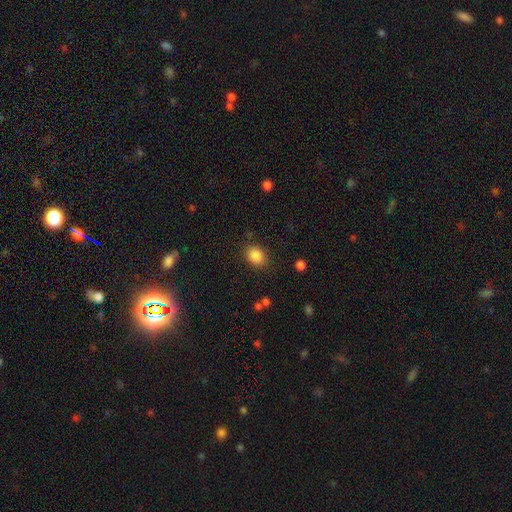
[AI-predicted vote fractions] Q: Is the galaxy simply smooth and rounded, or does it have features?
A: smooth — 86%.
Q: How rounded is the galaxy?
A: round — 50%.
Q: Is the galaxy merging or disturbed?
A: none — 84%.